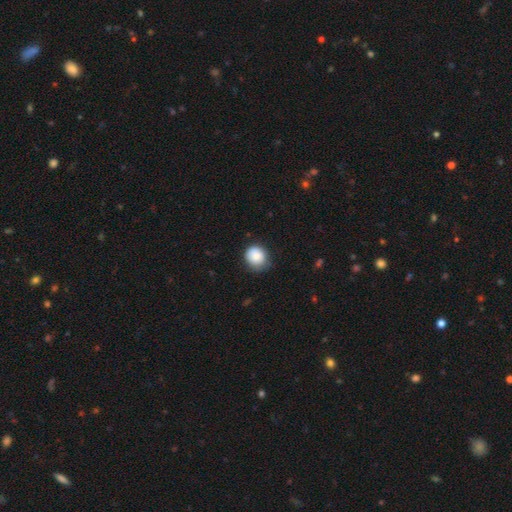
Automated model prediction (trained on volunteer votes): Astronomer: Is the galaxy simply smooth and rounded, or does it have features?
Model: smooth — 85%.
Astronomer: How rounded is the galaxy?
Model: round — 85%.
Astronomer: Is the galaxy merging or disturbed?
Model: none — 70%.